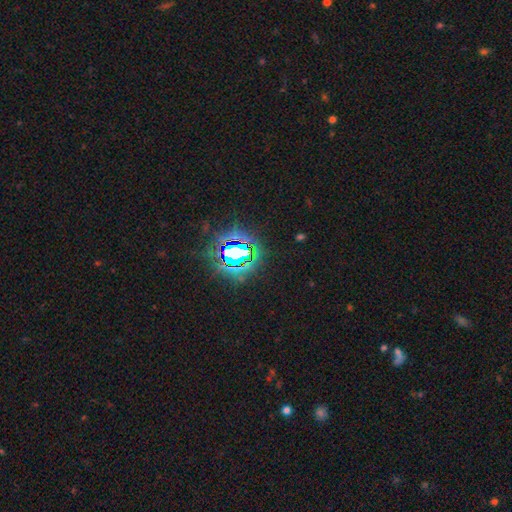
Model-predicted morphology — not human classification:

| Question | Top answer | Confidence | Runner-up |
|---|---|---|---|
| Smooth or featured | star or artifact | 82% | smooth (11%) |